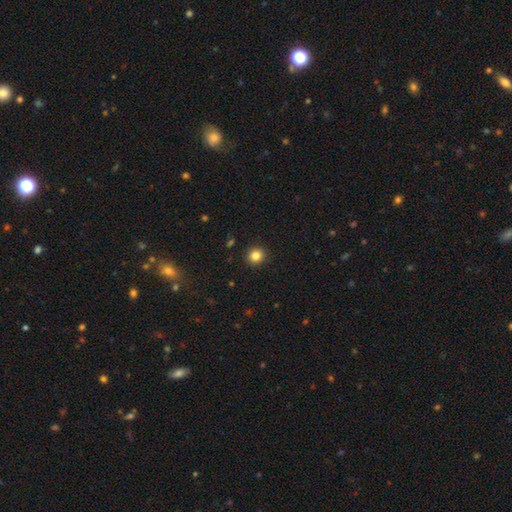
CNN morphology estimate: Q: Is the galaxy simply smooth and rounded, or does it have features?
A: smooth — 84%.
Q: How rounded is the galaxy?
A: round — 90%.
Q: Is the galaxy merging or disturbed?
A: none — 92%.